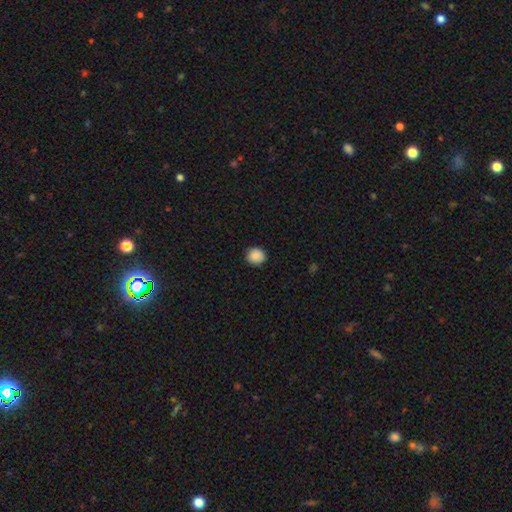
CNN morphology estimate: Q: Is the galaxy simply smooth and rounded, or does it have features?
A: smooth — 89%.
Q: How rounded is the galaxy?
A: round — 88%.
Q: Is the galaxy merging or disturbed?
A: none — 89%.